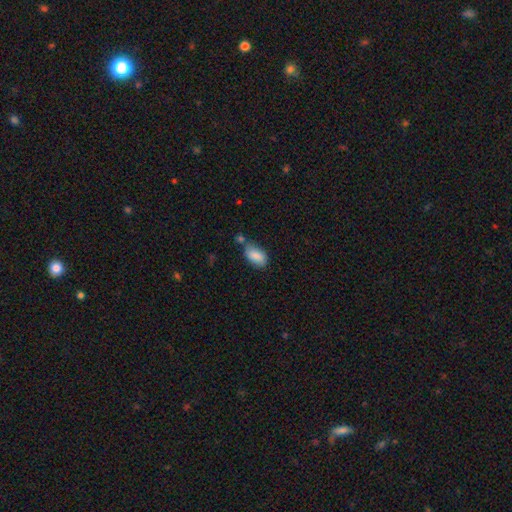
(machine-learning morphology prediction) Smooth or featured?
  - smooth: 86% *
  - featured or disk: 7%
  - star or artifact: 7%
How rounded?
  - in between: 92% *
  - round: 6%
  - cigar-shaped: 2%
Merging?
  - none: 55% *
  - minor disturbance: 23%
  - merger: 16%
  - major disturbance: 6%